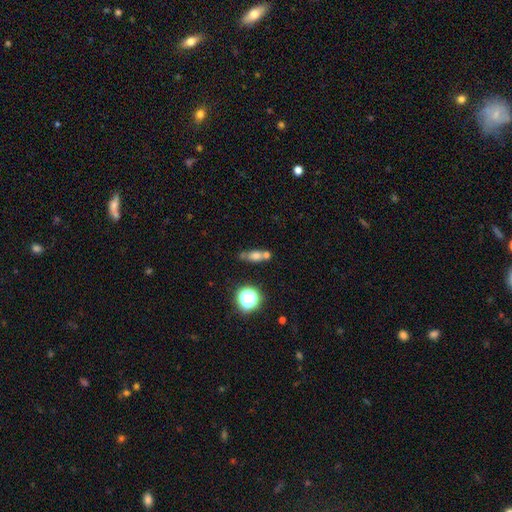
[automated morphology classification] This is likely a smooth galaxy (61%). How rounded: possibly in between (54%). Merging: possibly none (51%).